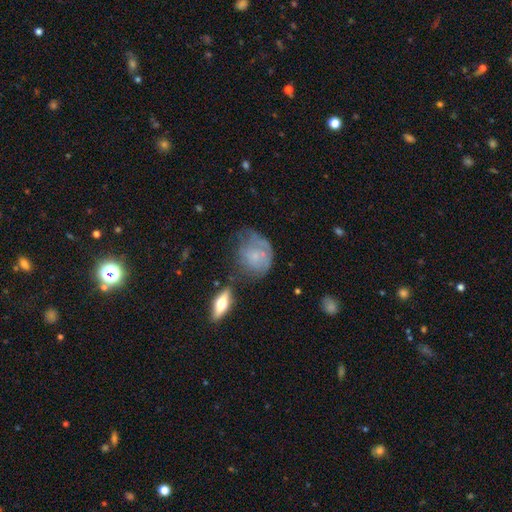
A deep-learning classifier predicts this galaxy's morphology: type=featured or disk (46%); merging=none (39%).